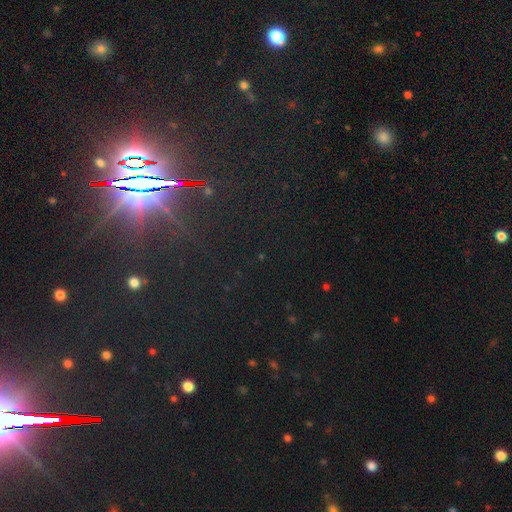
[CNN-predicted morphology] smooth_or_featured: star or artifact (p=0.84) [alt: smooth p=0.08]